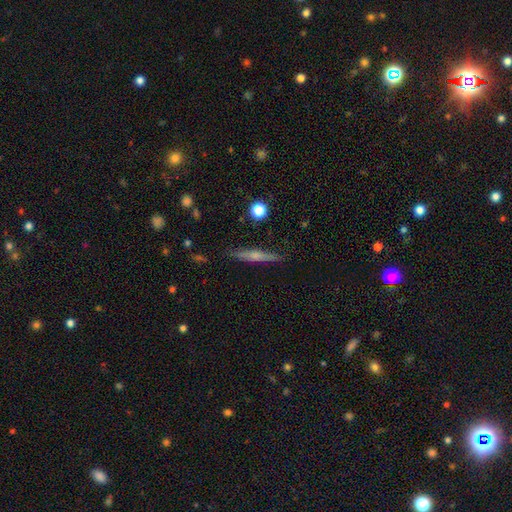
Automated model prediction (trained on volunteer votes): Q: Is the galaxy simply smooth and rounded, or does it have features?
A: featured or disk — 50%.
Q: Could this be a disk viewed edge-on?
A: yes — 95%.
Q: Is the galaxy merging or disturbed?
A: none — 87%.